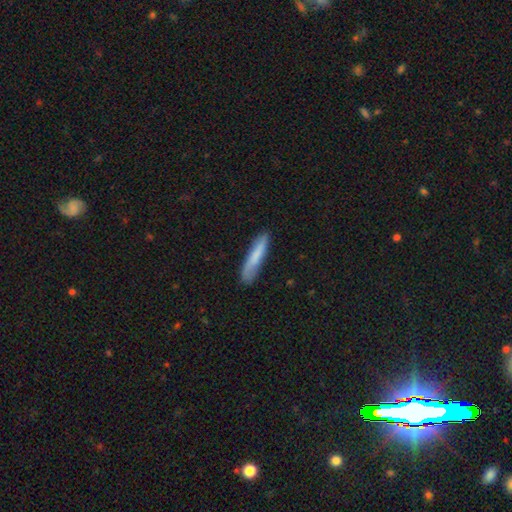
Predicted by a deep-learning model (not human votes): This appears to be a smooth galaxy with no disk features (76%) that is cigar-shaped (89%). Merging: none (80%).